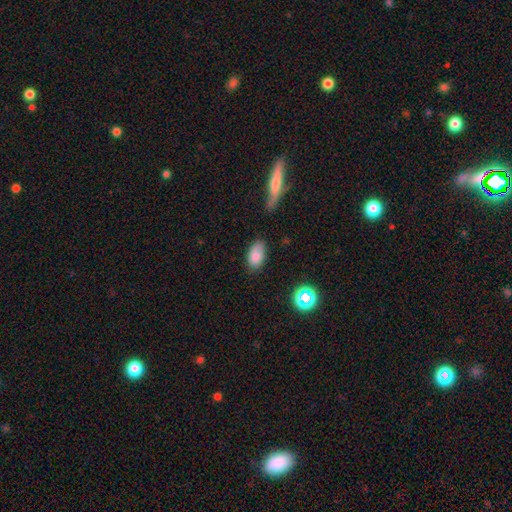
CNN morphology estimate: A smooth galaxy with no disk features (82%) that is in between round and cigar-shaped (91%).

Vote fractions:
- Smooth or featured? smooth: 82% / star or artifact: 10% / featured or disk: 8%
- How rounded? in between: 91% / round: 6% / cigar-shaped: 2%
- Merging? none: 70% / minor disturbance: 22% / major disturbance: 5% / merger: 3%